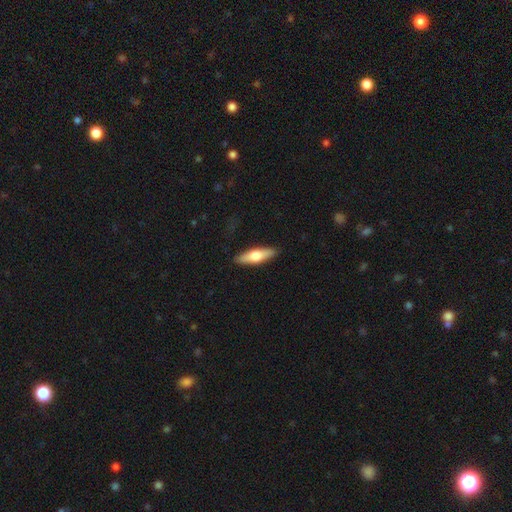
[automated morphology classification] Smooth or featured? Predicted: smooth (p=0.57). How rounded? Predicted: cigar-shaped (p=0.60). Merging? Predicted: none (p=0.89).